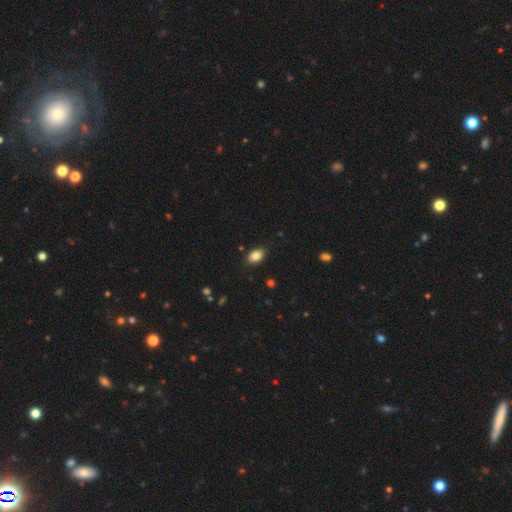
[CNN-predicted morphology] smooth 84%, star or artifact 9%, featured or disk 7%. Down the decision tree: how rounded — in between (85%); merging — none (86%).